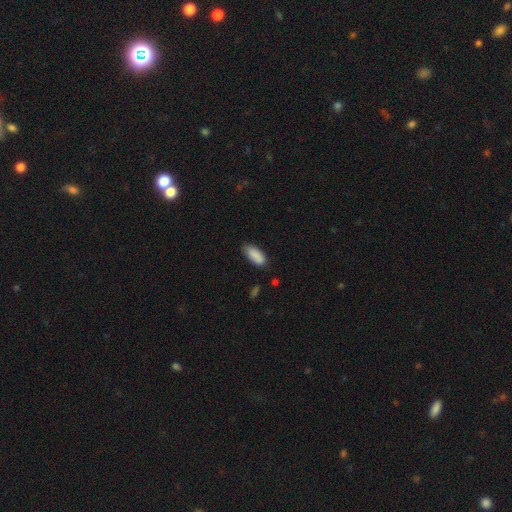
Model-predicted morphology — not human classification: type=smooth (89%); roundness=in between (83%); merging=none (77%).